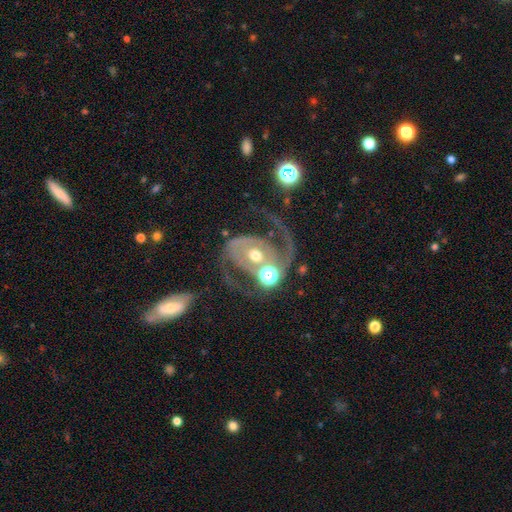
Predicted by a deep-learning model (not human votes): Smooth or featured?
  - featured or disk: 85% *
  - smooth: 9%
  - star or artifact: 7%
Edge-on disk?
  - no: 98% *
  - yes: 2%
Bar?
  - no: 58% *
  - weak: 27%
  - strong: 16%
Spiral arms?
  - yes: 90% *
  - no: 10%
Spiral winding?
  - medium: 45% *
  - loose: 41%
  - tight: 15%
Spiral arm count?
  - 2: 86% *
  - 1: 5%
  - can't tell: 4%
  - 3: 2%
  - 4: 1%
  - more than 4: 1%
Bulge size?
  - moderate: 68% *
  - small: 20%
  - large: 9%
  - none: 2%
  - dominant: 2%
Merging?
  - none: 41% *
  - major disturbance: 23%
  - merger: 20%
  - minor disturbance: 16%